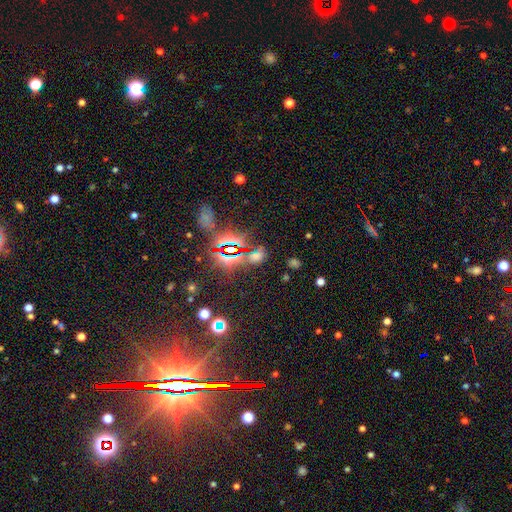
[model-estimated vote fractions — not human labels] This appears to be a star or artifact, not a galaxy (62%).